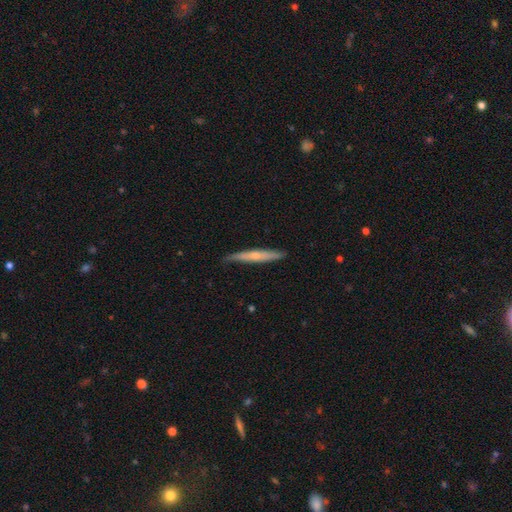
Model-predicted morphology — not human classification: The model was most divided on "smooth or featured": featured or disk: 49%, smooth: 45%, star or artifact: 5%. More confident: merging — none (81%).